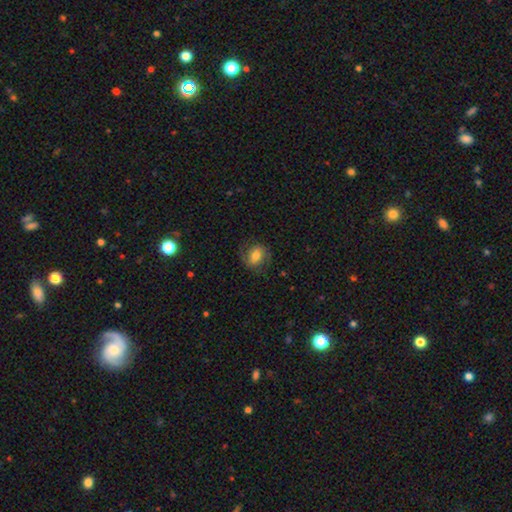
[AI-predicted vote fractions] Smooth or featured?
  - smooth: 52% *
  - featured or disk: 39%
  - star or artifact: 9%
How rounded?
  - round: 52% *
  - in between: 47%
  - cigar-shaped: 1%
Merging?
  - none: 73% *
  - minor disturbance: 16%
  - major disturbance: 9%
  - merger: 1%